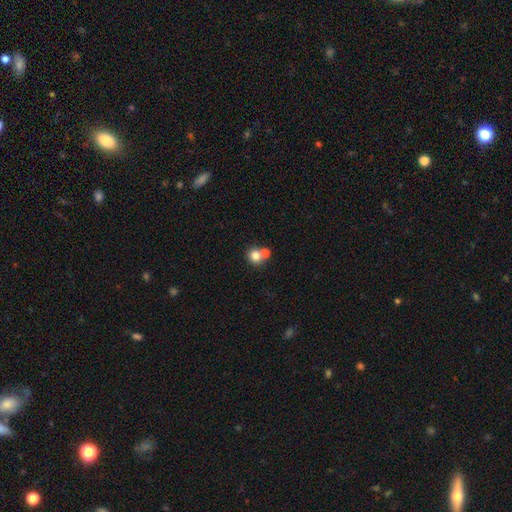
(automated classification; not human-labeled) smooth-or-featured: smooth: 79% | star or artifact: 10% | featured or disk: 10%
  how-rounded: round: 86% | in between: 13% | cigar-shaped: 1%
  merging: none: 49% | merger: 41% | minor disturbance: 6% | major disturbance: 3%